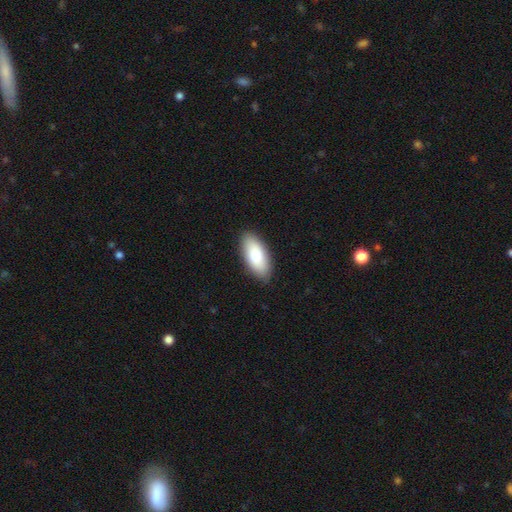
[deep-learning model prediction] Morphology: type=smooth (78%); roundness=in between (88%); merging=none (88%).